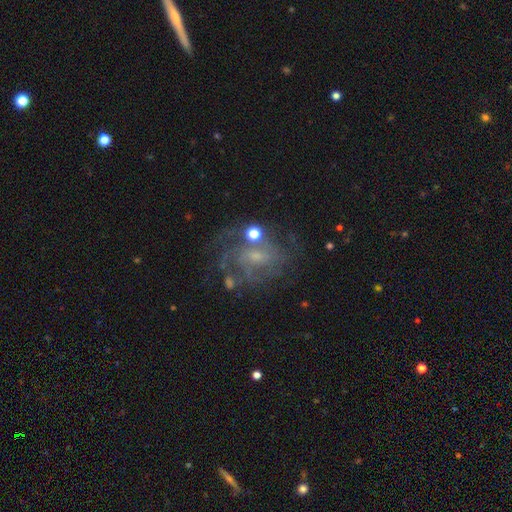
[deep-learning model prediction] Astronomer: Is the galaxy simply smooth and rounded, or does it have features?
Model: featured or disk — 74%.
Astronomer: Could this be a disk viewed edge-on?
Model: no — 97%.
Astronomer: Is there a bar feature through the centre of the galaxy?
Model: no — 50% (runner-up: weak, 41%).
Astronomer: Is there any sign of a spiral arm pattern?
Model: yes — 83%.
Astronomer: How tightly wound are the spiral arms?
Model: tight — 44% (runner-up: medium, 40%).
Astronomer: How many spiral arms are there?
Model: can't tell — 42% (runner-up: 2, 20%).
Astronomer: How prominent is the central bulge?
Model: small — 56%.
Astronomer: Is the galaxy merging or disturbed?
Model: none — 57%.